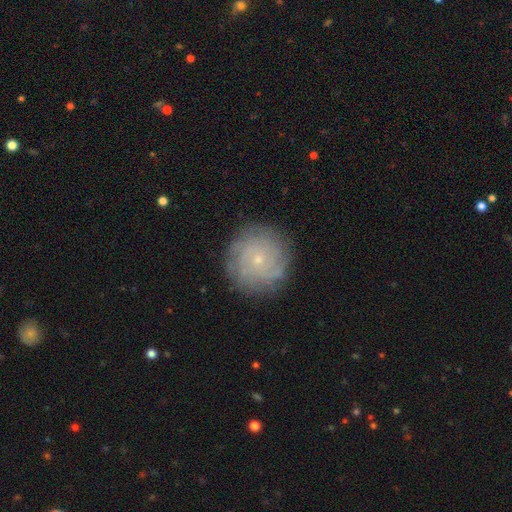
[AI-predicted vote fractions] A featured or disk galaxy (51%). Merging: none (86%).